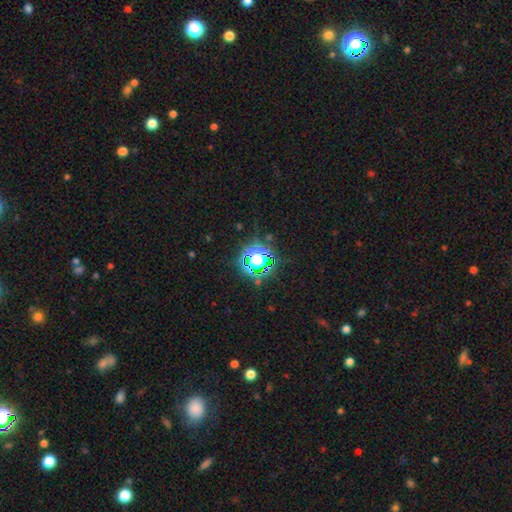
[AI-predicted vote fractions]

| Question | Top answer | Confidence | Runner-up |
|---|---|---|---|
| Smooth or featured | star or artifact | 75% | smooth (17%) |